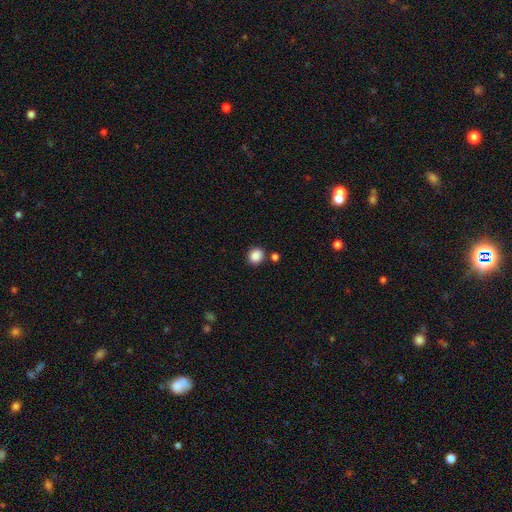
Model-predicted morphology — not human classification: This appears to be a smooth galaxy with no disk features (87%) that is round (77%). Merging: none (81%).